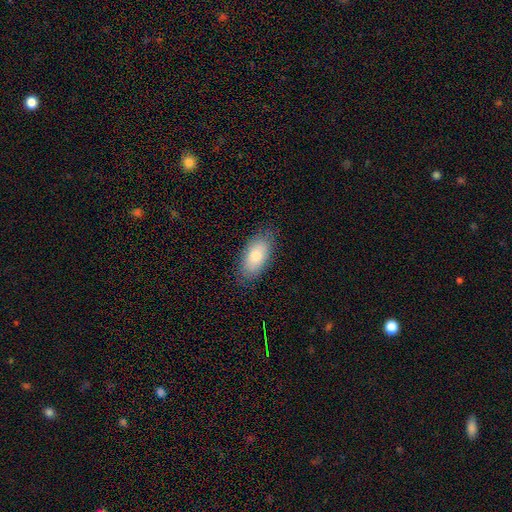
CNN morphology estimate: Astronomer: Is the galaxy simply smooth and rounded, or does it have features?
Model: smooth — 78%.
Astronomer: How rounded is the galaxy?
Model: in between — 93%.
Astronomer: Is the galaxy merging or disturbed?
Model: none — 82%.